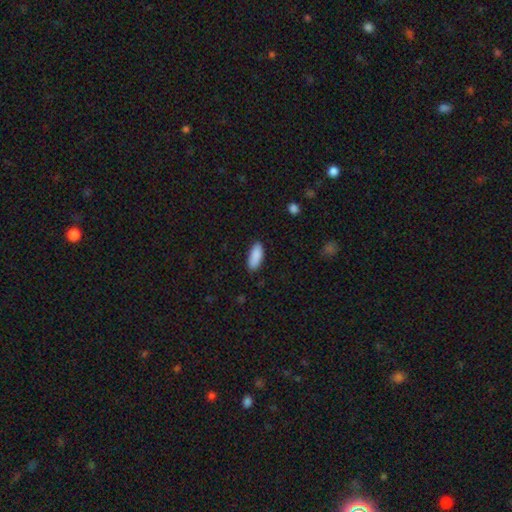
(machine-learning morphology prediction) The model was most divided on "how rounded": in between: 83%, cigar-shaped: 16%, round: 2%. More confident: smooth or featured — smooth (90%); merging — none (85%).